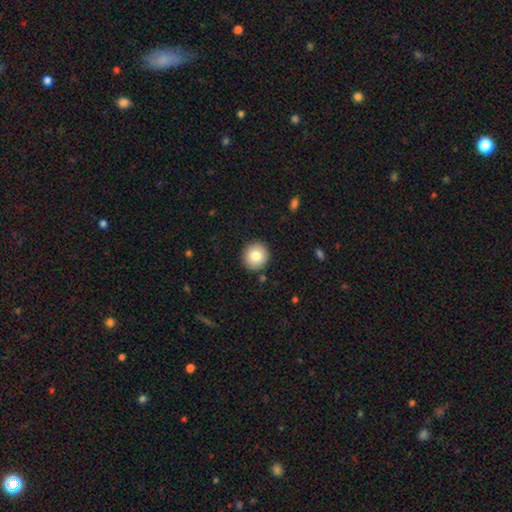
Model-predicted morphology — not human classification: Smooth or featured: smooth — 82% (featured or disk — 10%)
How rounded: round — 93% (in between — 6%)
Merging: none — 90% (minor disturbance — 6%)